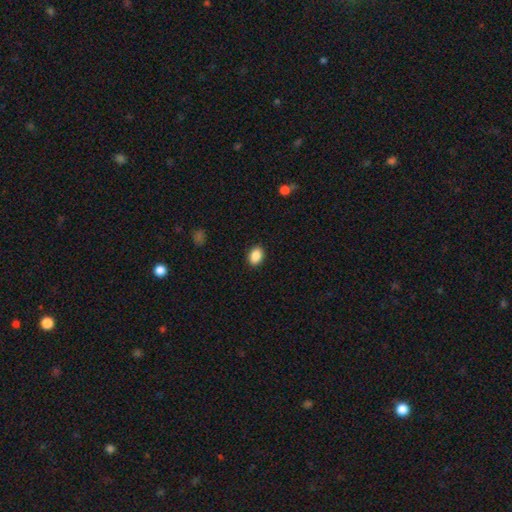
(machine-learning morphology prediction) Smooth or featured?
  - smooth: 89% *
  - star or artifact: 8%
  - featured or disk: 3%
How rounded?
  - in between: 78% *
  - round: 21%
  - cigar-shaped: 1%
Merging?
  - none: 90% *
  - minor disturbance: 7%
  - major disturbance: 2%
  - merger: 1%